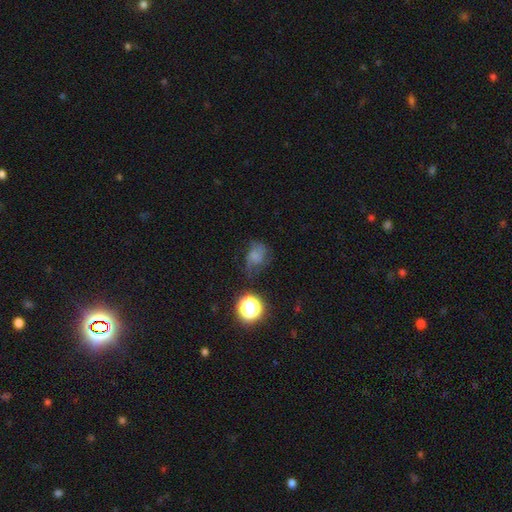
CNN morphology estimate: This appears to be a smooth galaxy with no disk features (46%). Merging: none (43%).